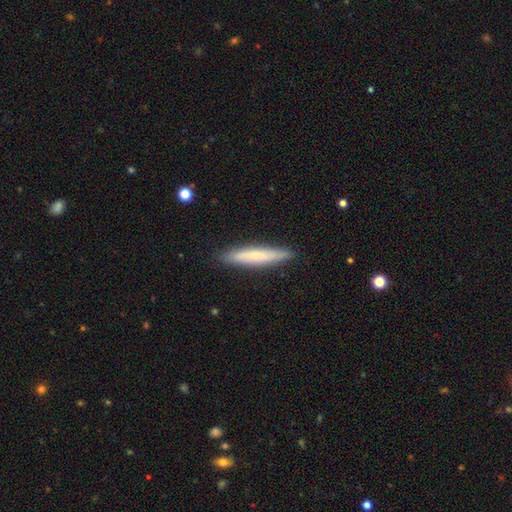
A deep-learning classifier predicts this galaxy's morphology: Smooth or featured? smooth (66%)
How rounded? cigar-shaped (92%)
Merging? none (88%)